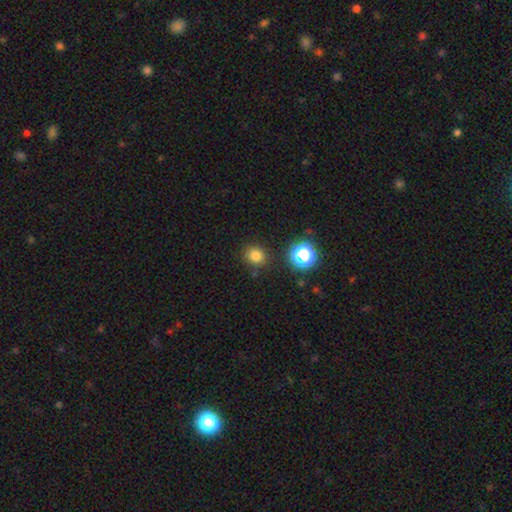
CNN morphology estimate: A smooth galaxy with no disk features (78%) that is round (77%).

Vote fractions:
- Smooth or featured? smooth: 78% / star or artifact: 17% / featured or disk: 5%
- How rounded? round: 77% / in between: 22% / cigar-shaped: 1%
- Merging? none: 84% / minor disturbance: 9% / merger: 3% / major disturbance: 3%